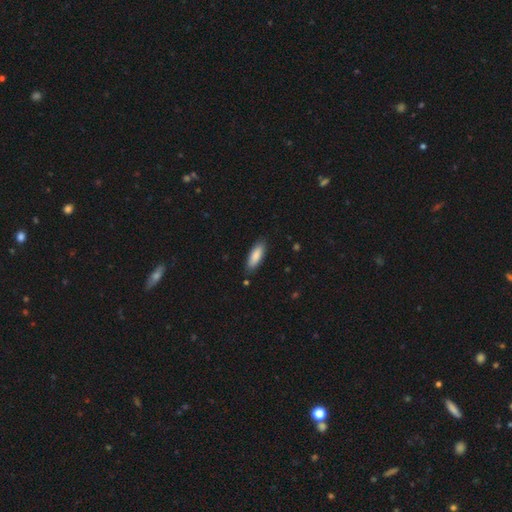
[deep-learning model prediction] Smooth or featured? Predicted: smooth (p=0.86). How rounded? Predicted: in between (p=0.58). Merging? Predicted: none (p=0.85).